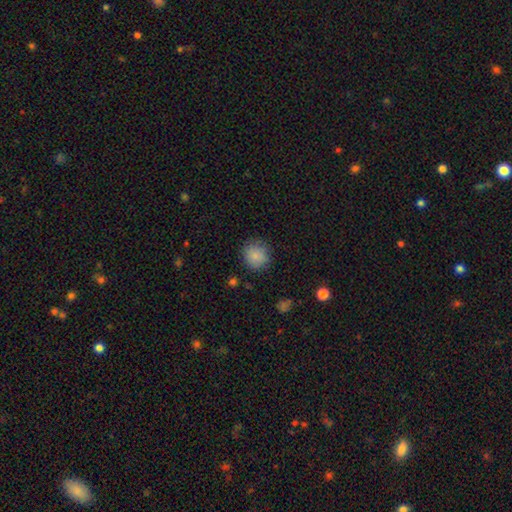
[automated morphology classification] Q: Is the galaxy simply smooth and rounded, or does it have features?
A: smooth — 85%.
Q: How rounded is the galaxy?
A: round — 89%.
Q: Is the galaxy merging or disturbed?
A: none — 82%.